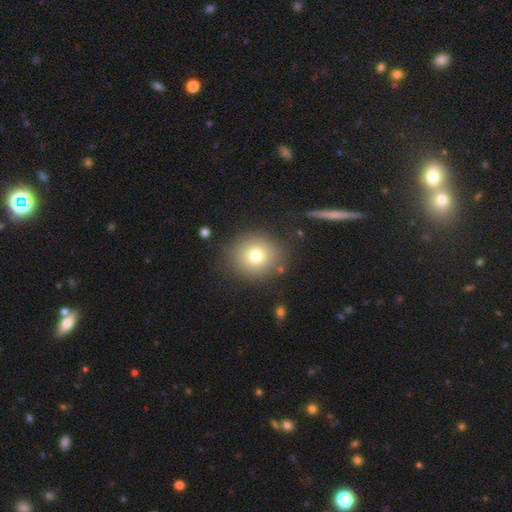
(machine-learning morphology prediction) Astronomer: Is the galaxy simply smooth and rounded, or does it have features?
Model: smooth — 76%.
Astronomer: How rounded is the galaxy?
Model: round — 83%.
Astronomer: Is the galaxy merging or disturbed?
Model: none — 83%.